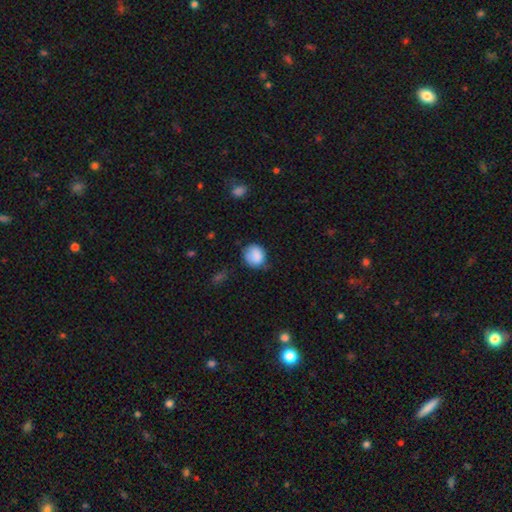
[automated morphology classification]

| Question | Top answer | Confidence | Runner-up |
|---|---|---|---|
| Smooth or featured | smooth | 85% | star or artifact (8%) |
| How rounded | round | 78% | in between (21%) |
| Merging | none | 64% | minor disturbance (27%) |